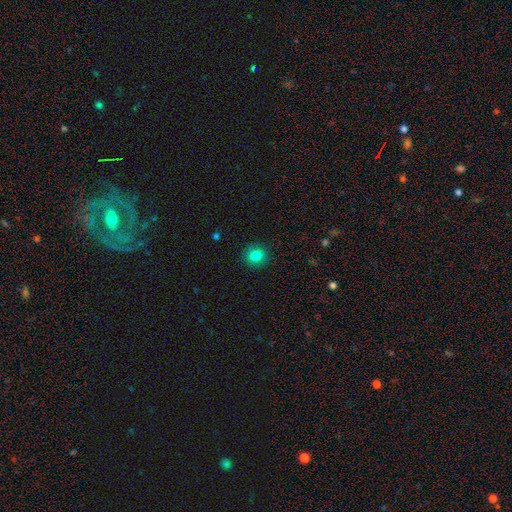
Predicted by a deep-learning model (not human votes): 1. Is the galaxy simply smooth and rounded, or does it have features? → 83% smooth, 11% star or artifact, 6% featured or disk.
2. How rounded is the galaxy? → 90% round, 9% in between, 1% cigar-shaped.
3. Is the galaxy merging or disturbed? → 91% none, 6% minor disturbance, 2% major disturbance, 1% merger.